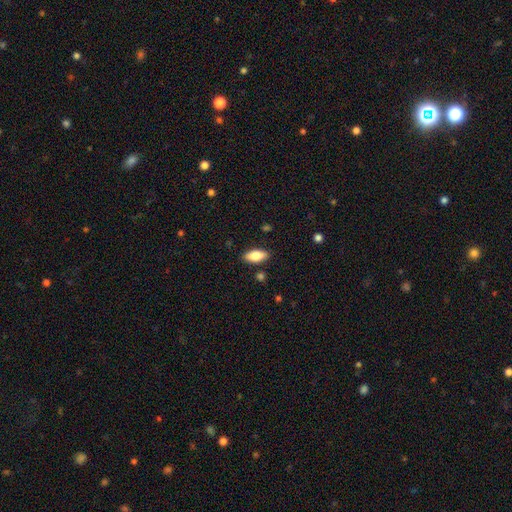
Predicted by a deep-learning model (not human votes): smooth_or_featured: smooth (p=0.80) [alt: featured or disk p=0.14]
how_rounded: in between (p=0.86) [alt: cigar-shaped p=0.12]
merging: none (p=0.87) [alt: minor disturbance p=0.09]